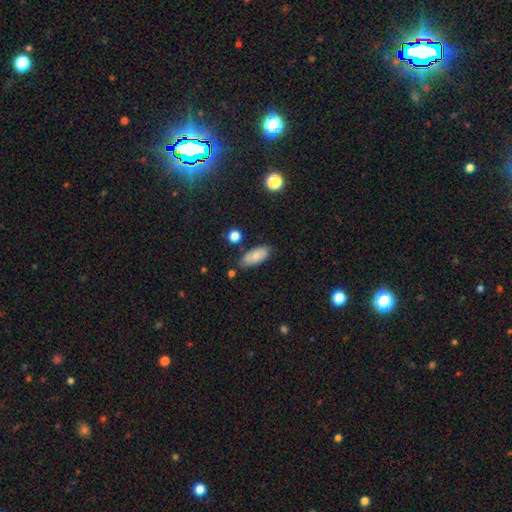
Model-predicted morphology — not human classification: A smooth galaxy with no disk features (77%) that is in between round and cigar-shaped (86%).

Vote fractions:
- Smooth or featured? smooth: 77% / featured or disk: 15% / star or artifact: 8%
- How rounded? in between: 86% / cigar-shaped: 12% / round: 3%
- Merging? none: 75% / minor disturbance: 18% / merger: 4% / major disturbance: 3%